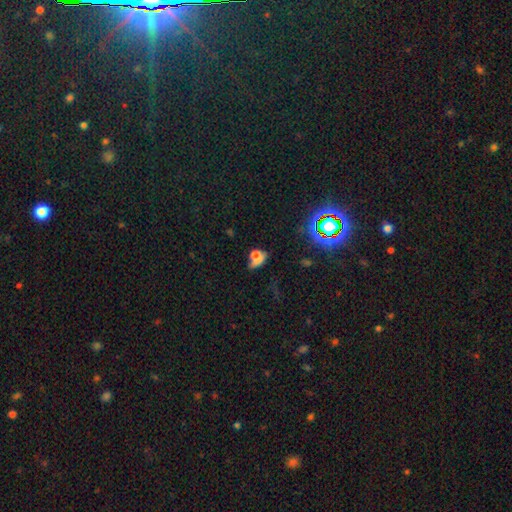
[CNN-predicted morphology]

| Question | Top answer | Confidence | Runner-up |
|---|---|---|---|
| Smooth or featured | smooth | 59% | featured or disk (21%) |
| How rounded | in between | 60% | round (37%) |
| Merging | major disturbance | 29% | none (26%) |